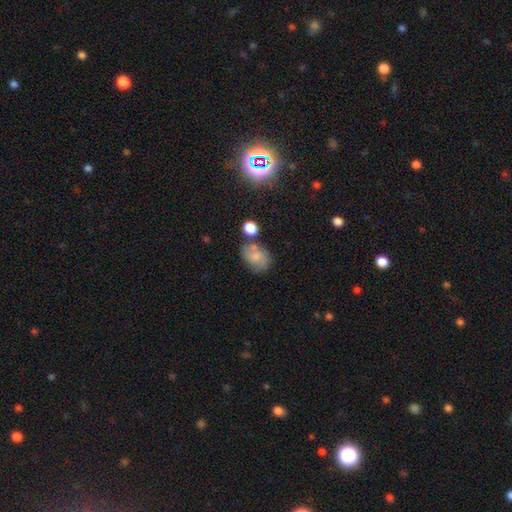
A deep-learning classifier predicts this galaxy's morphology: Smooth or featured: smooth — 69% (featured or disk — 20%)
How rounded: in between — 64% (round — 34%)
Merging: none — 52% (minor disturbance — 20%)